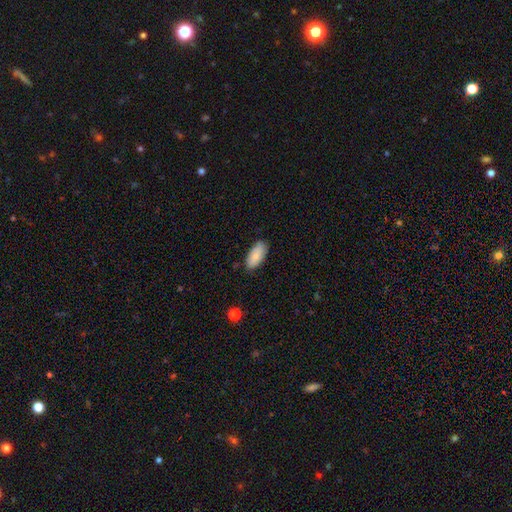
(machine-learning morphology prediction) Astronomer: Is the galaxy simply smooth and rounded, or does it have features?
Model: smooth — 85%.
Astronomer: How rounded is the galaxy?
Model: in between — 90%.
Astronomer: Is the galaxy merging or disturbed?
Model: none — 83%.